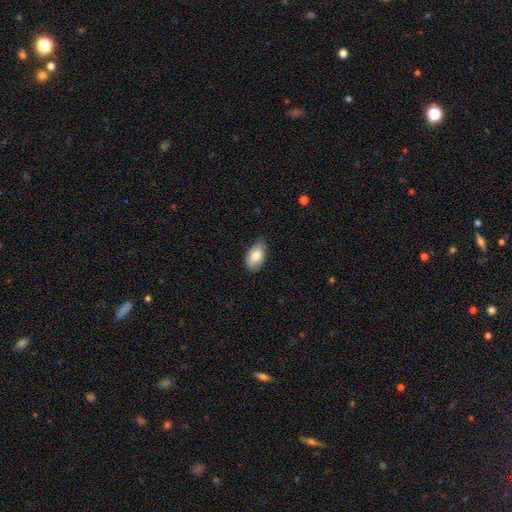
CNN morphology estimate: A smooth galaxy with no disk features (81%) that is in between round and cigar-shaped (93%).

Vote fractions:
- Smooth or featured? smooth: 81% / featured or disk: 12% / star or artifact: 7%
- How rounded? in between: 93% / round: 4% / cigar-shaped: 3%
- Merging? none: 69% / minor disturbance: 26% / major disturbance: 4% / merger: 1%